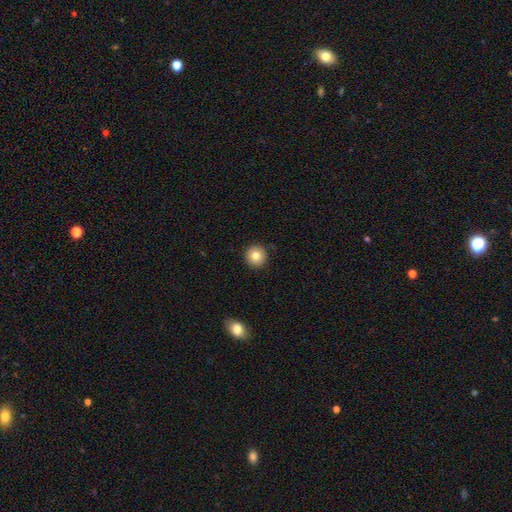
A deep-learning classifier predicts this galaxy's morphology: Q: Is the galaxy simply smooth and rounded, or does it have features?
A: smooth — 82%.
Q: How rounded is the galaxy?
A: round — 95%.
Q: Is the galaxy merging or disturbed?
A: none — 91%.